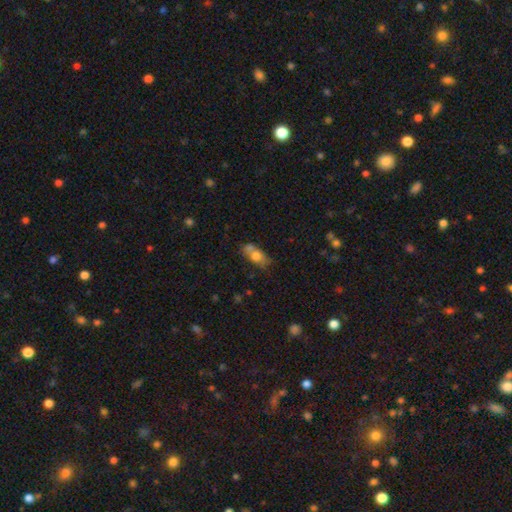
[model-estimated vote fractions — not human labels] Smooth or featured: smooth — 63% (featured or disk — 27%)
How rounded: in between — 74% (round — 14%)
Merging: none — 42% (merger — 30%)